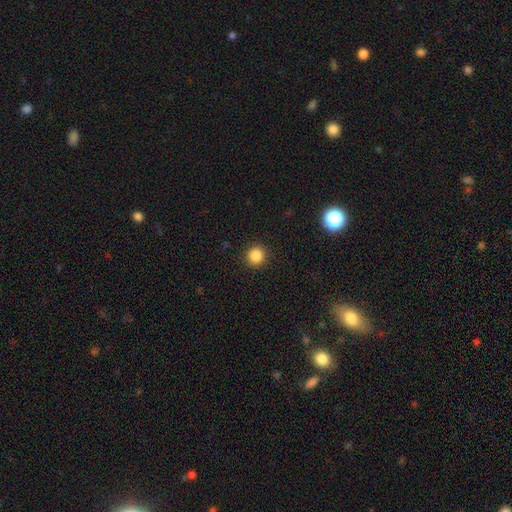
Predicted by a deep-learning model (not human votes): Q: Smooth or featured?
A: smooth (86%); runner-up: star or artifact (11%)
Q: How rounded?
A: round (94%); runner-up: in between (5%)
Q: Merging?
A: none (92%); runner-up: minor disturbance (5%)